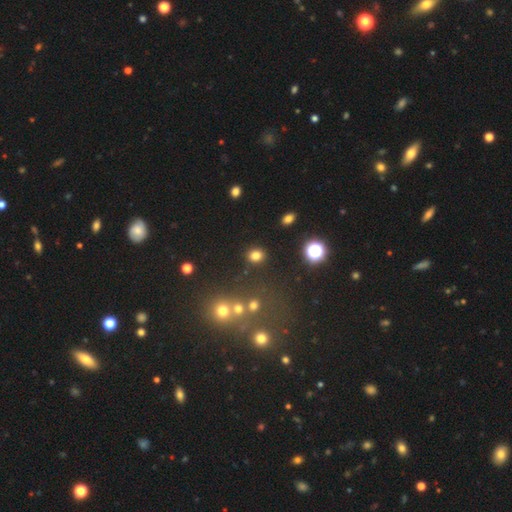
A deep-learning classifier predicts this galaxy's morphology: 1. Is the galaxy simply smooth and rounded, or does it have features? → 78% smooth, 16% star or artifact, 6% featured or disk.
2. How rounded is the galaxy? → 61% round, 38% in between, 1% cigar-shaped.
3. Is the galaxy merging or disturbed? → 86% none, 8% minor disturbance, 4% merger, 3% major disturbance.